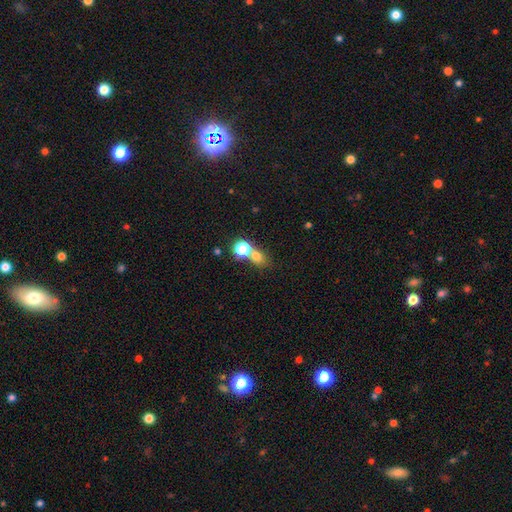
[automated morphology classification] Smooth or featured? Predicted: smooth (p=0.71). How rounded? Predicted: round (p=0.61). Merging? Predicted: merger (p=0.48).